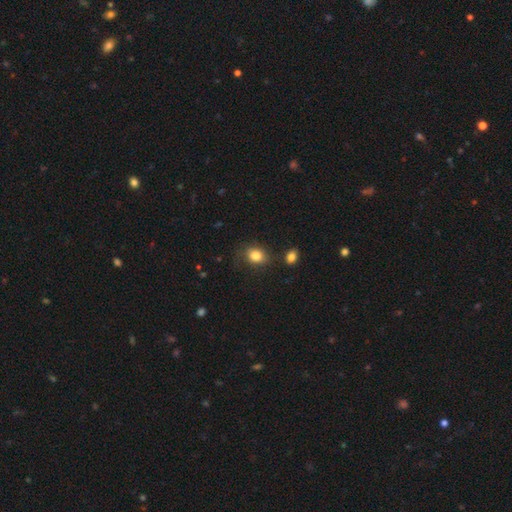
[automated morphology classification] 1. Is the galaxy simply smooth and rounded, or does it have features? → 84% smooth, 10% star or artifact, 6% featured or disk.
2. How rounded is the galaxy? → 54% in between, 45% round, 1% cigar-shaped.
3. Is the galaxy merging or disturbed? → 70% none, 19% minor disturbance, 7% major disturbance, 5% merger.